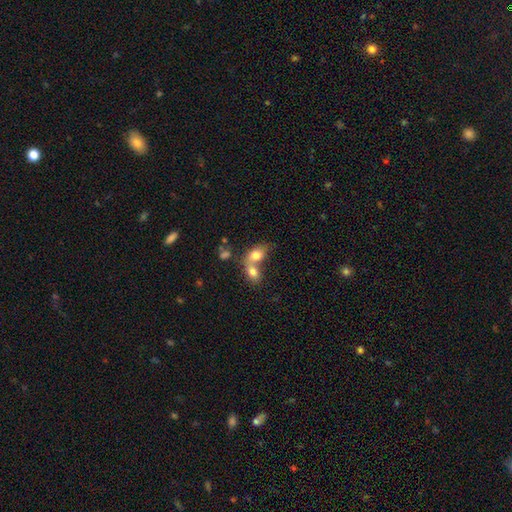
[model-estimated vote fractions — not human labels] A smooth galaxy with no disk features (76%) that is in between round and cigar-shaped (76%). Merging: merger (72%).